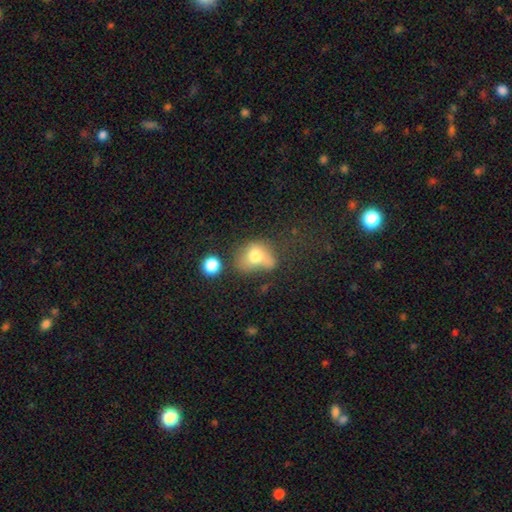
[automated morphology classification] A smooth galaxy with no disk features (70%) that is in between round and cigar-shaped (55%). Merging: none (30%).